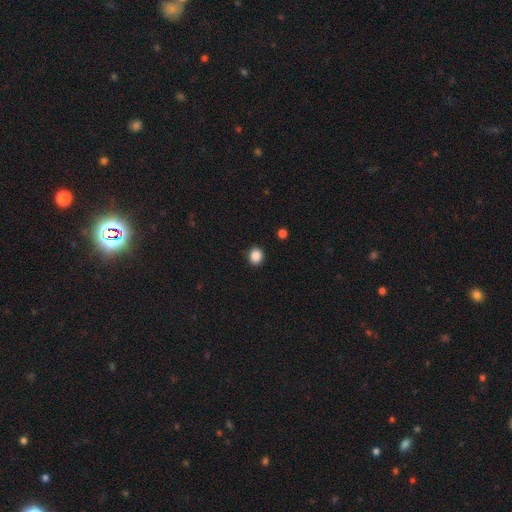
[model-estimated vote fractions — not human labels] smooth-or-featured: smooth: 87% | star or artifact: 10% | featured or disk: 3%
  how-rounded: round: 76% | in between: 23% | cigar-shaped: 1%
  merging: none: 90% | minor disturbance: 6% | major disturbance: 2% | merger: 1%